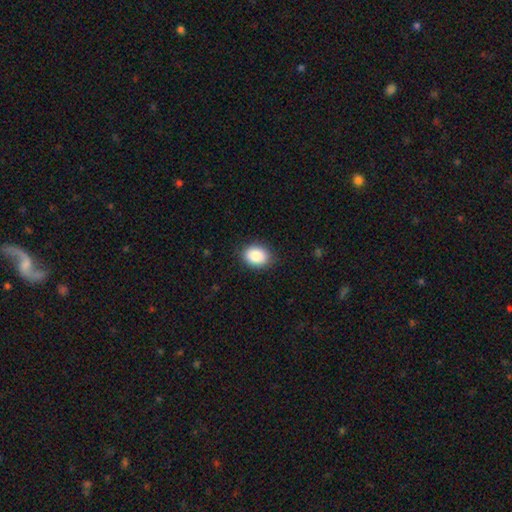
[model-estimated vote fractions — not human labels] Smooth or featured?
  - smooth: 87% *
  - star or artifact: 8%
  - featured or disk: 6%
How rounded?
  - in between: 64% *
  - round: 35%
  - cigar-shaped: 1%
Merging?
  - none: 87% *
  - minor disturbance: 10%
  - major disturbance: 2%
  - merger: 1%